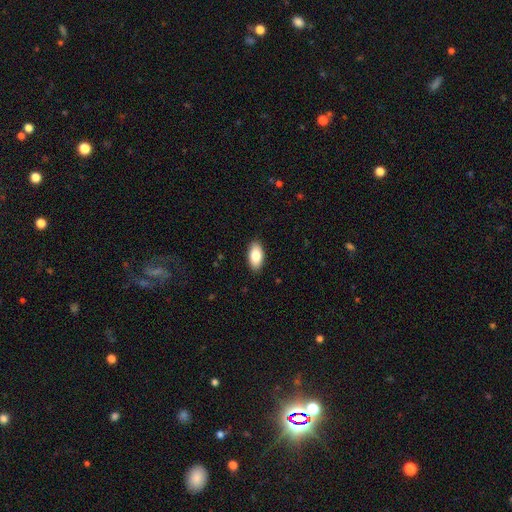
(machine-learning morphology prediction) This appears to be a smooth galaxy with no disk features (85%) that is in between round and cigar-shaped (94%). Merging: none (89%).